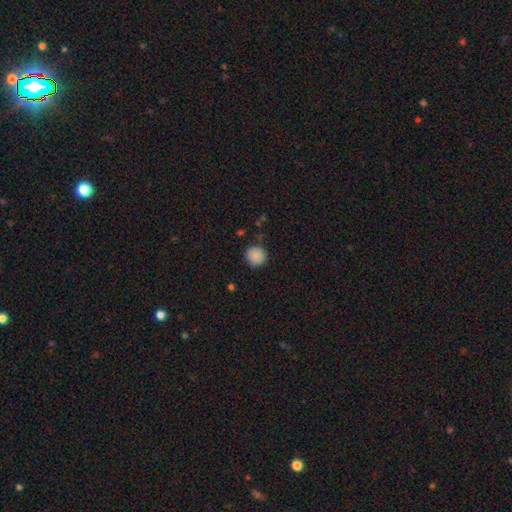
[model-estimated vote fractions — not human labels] smooth 88%, star or artifact 9%, featured or disk 4%. Down the decision tree: how rounded — round (94%); merging — none (88%).